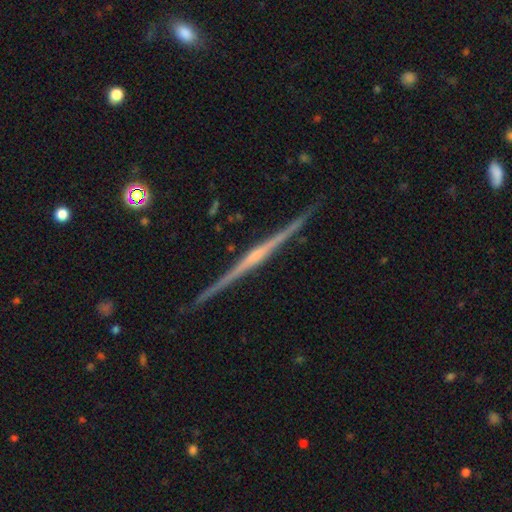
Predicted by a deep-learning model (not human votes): Smooth or featured? featured or disk (87%)
Edge-on disk? yes (99%)
Edge-on bulge? rounded (60%)
Merging? none (92%)